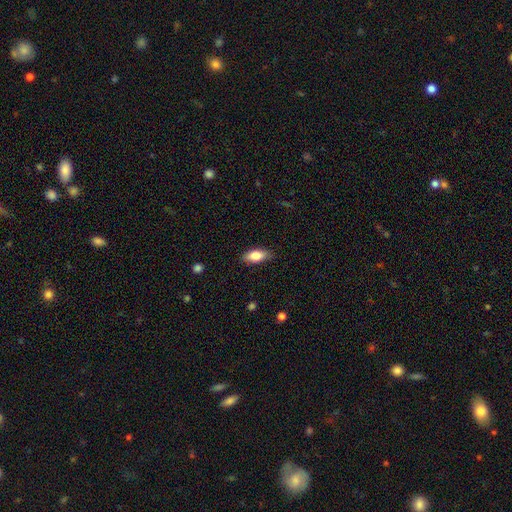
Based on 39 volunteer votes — This is clearly a smooth galaxy (85%). How rounded: clearly in between (94%). Merging: clearly none (87%).